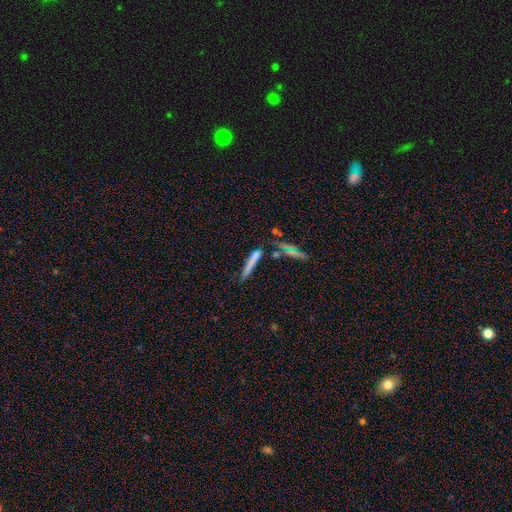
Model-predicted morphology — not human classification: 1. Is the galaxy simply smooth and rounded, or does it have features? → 66% smooth, 23% featured or disk, 11% star or artifact.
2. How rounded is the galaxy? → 92% cigar-shaped, 6% in between, 2% round.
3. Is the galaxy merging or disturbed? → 62% none, 17% minor disturbance, 14% merger, 7% major disturbance.